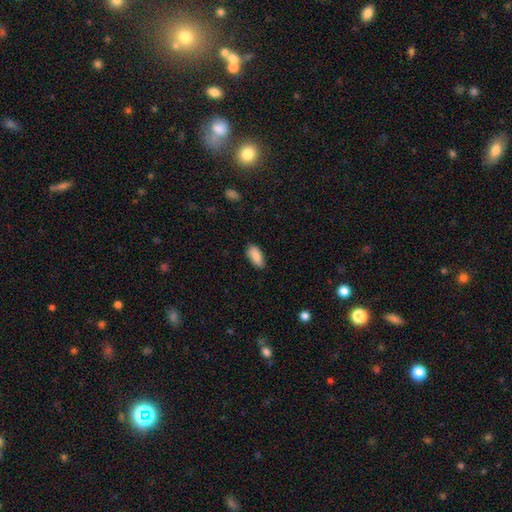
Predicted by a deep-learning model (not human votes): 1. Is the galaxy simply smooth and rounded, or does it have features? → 87% smooth, 7% featured or disk, 6% star or artifact.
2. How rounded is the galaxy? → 88% in between, 9% cigar-shaped, 2% round.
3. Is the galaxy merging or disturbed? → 81% none, 15% minor disturbance, 2% major disturbance, 1% merger.